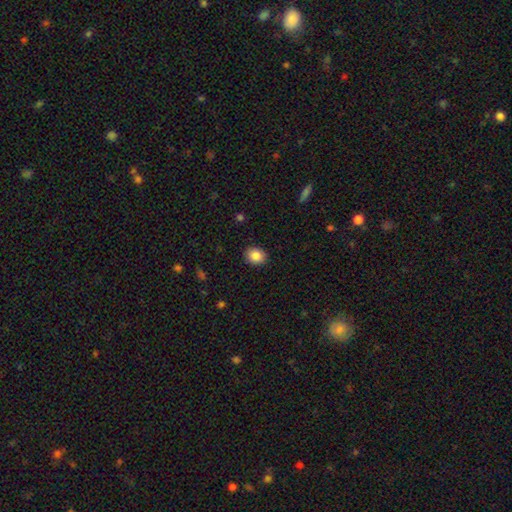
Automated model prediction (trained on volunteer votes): smooth_or_featured: smooth (p=0.86) [alt: star or artifact p=0.09]
how_rounded: round (p=0.58) [alt: in between p=0.41]
merging: none (p=0.91) [alt: minor disturbance p=0.07]